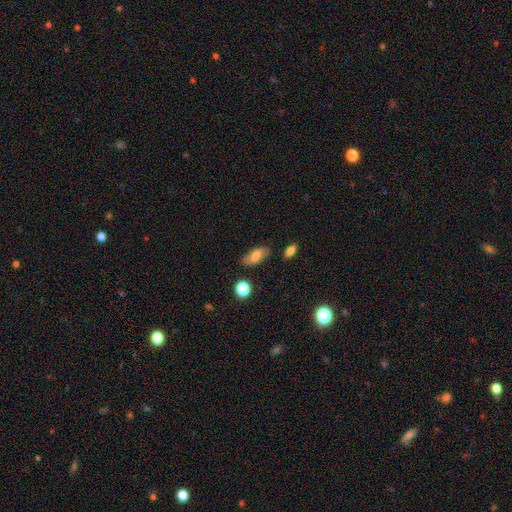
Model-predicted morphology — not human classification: Overall: smooth (74%). How rounded: in between (86%). Merging: none (76%).